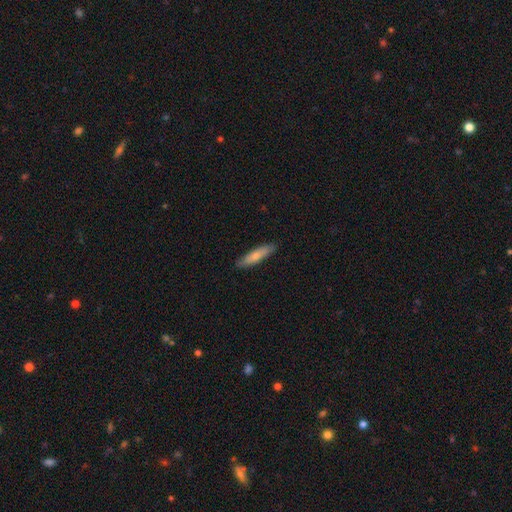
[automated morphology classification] smooth_or_featured: smooth (p=0.71) [alt: featured or disk p=0.24]
how_rounded: cigar-shaped (p=0.79) [alt: in between p=0.20]
merging: none (p=0.88) [alt: minor disturbance p=0.10]